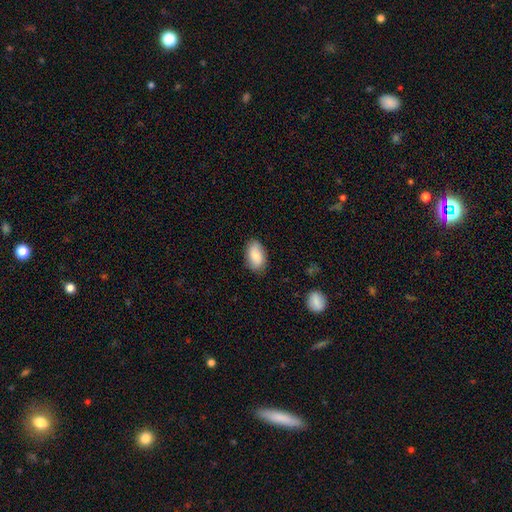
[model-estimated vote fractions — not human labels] This is clearly a smooth galaxy (81%). How rounded: clearly in between (93%). Merging: clearly none (82%).